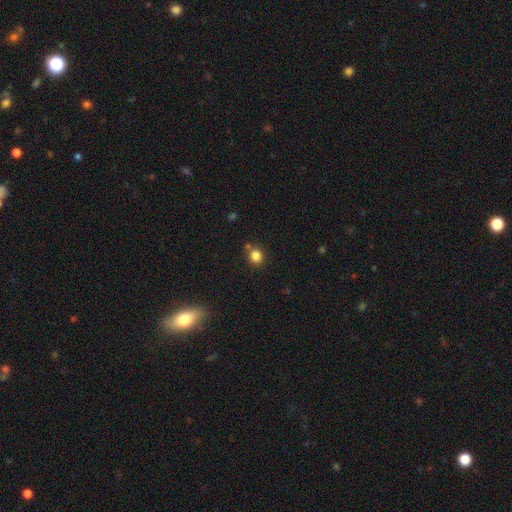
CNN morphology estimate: The model was most divided on "merging": none: 76%, merger: 11%, minor disturbance: 10%, major disturbance: 3%. More confident: how rounded — round (84%); smooth or featured — smooth (83%).